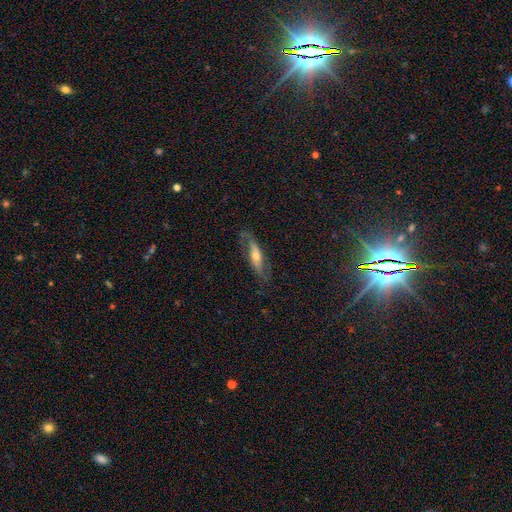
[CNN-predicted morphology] Smooth or featured? featured or disk (62%)
Edge-on disk? no (54%)
Merging? none (67%)